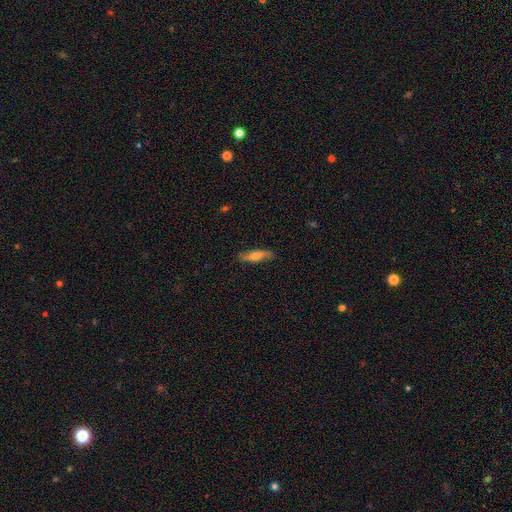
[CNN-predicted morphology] Smooth or featured? Predicted: smooth (p=0.60). How rounded? Predicted: cigar-shaped (p=0.66). Merging? Predicted: none (p=0.83).